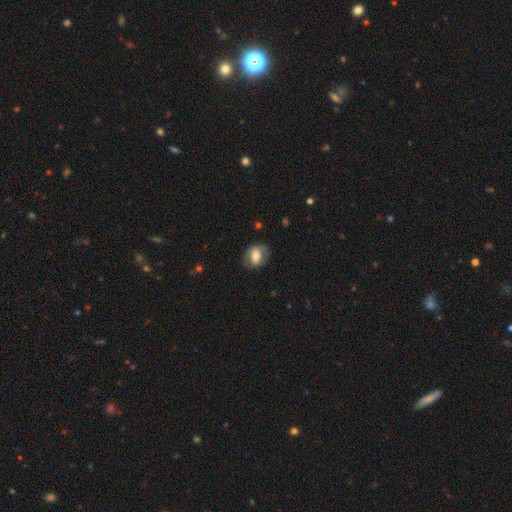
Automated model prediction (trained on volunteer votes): This is possibly a smooth galaxy (58%). How rounded: likely in between (61%). Merging: likely none (75%).